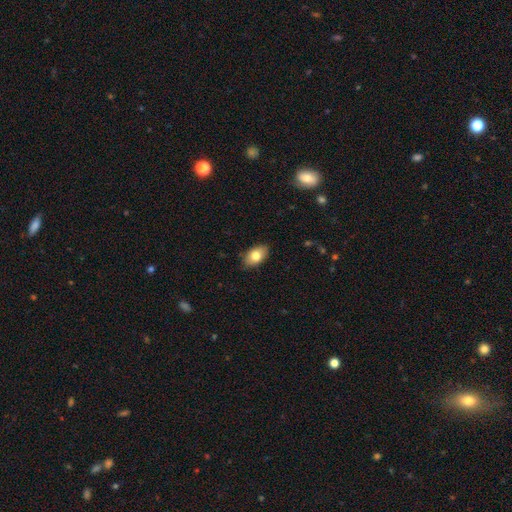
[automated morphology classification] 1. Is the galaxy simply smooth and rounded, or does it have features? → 79% smooth, 14% featured or disk, 7% star or artifact.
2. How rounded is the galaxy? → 91% in between, 7% round, 2% cigar-shaped.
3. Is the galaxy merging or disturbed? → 86% none, 11% minor disturbance, 2% major disturbance, 1% merger.